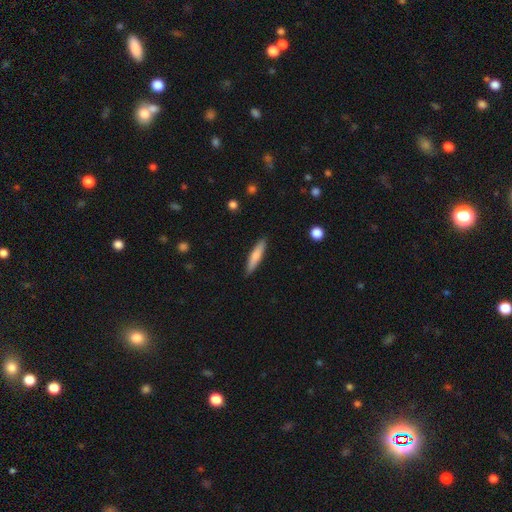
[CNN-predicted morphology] This appears to be a smooth galaxy with no disk features (74%) that is cigar-shaped (86%). Merging: none (89%).